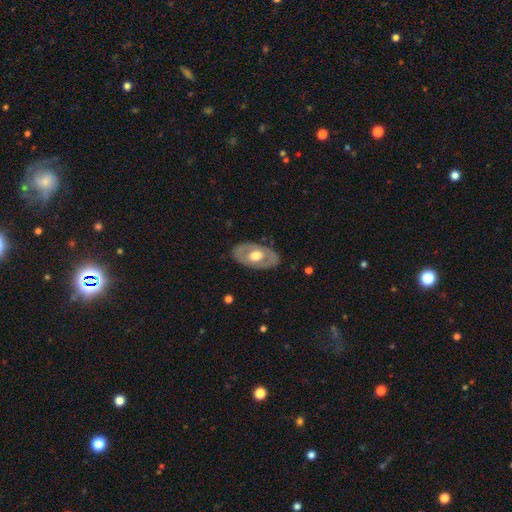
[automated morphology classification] Smooth or featured?
  - featured or disk: 54% *
  - smooth: 42%
  - star or artifact: 5%
Edge-on disk?
  - no: 87% *
  - yes: 13%
Merging?
  - none: 82% *
  - minor disturbance: 13%
  - major disturbance: 4%
  - merger: 1%